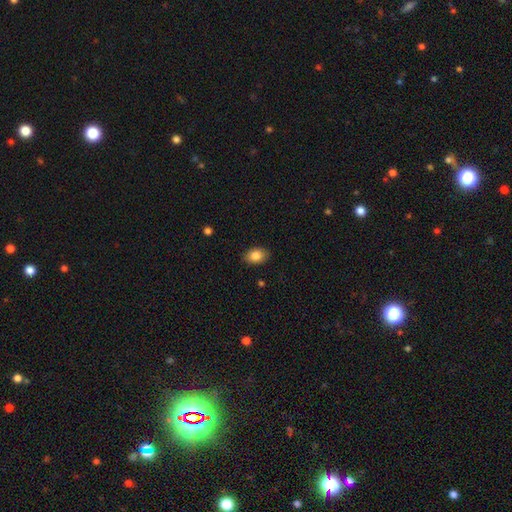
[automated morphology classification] type=smooth (84%); roundness=in between (82%); merging=none (88%).